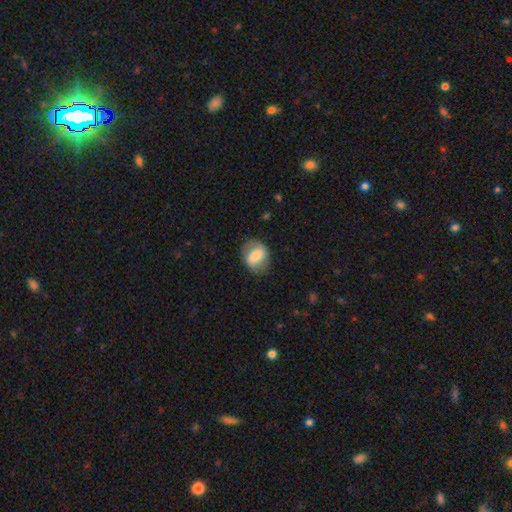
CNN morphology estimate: This is likely a smooth galaxy (61%). How rounded: possibly in between (54%). Merging: likely none (77%).